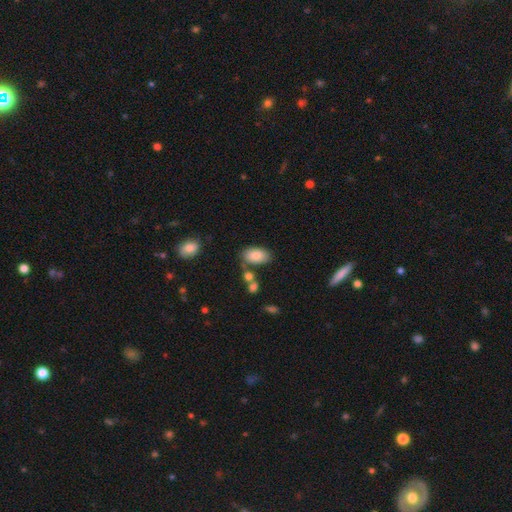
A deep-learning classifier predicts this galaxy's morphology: smooth-or-featured: smooth: 86% | star or artifact: 7% | featured or disk: 7%
  how-rounded: in between: 94% | round: 5% | cigar-shaped: 2%
  merging: none: 70% | minor disturbance: 15% | merger: 10% | major disturbance: 5%